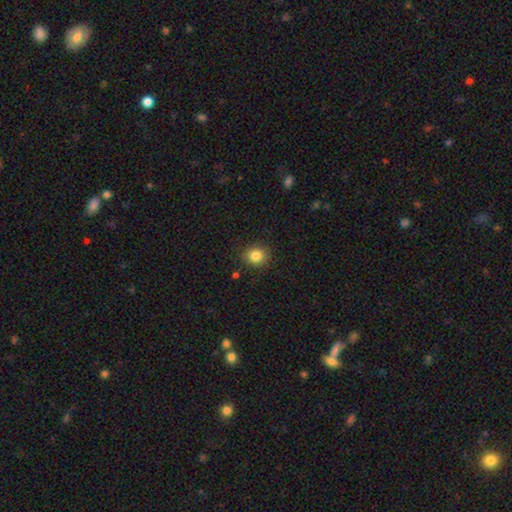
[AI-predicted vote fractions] A smooth galaxy with no disk features (84%) that is round (79%).

Vote fractions:
- Smooth or featured? smooth: 84% / star or artifact: 11% / featured or disk: 6%
- How rounded? round: 79% / in between: 21% / cigar-shaped: 1%
- Merging? none: 88% / minor disturbance: 8% / major disturbance: 2% / merger: 1%